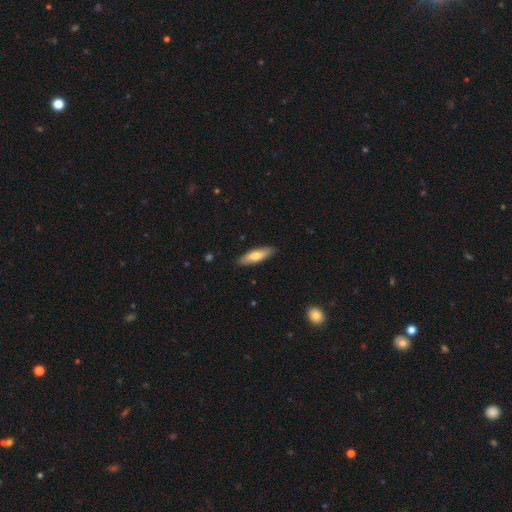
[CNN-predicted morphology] smooth-or-featured: smooth: 71% | featured or disk: 24% | star or artifact: 5%
  how-rounded: cigar-shaped: 57% | in between: 41% | round: 2%
  merging: none: 88% | minor disturbance: 9% | major disturbance: 2% | merger: 1%